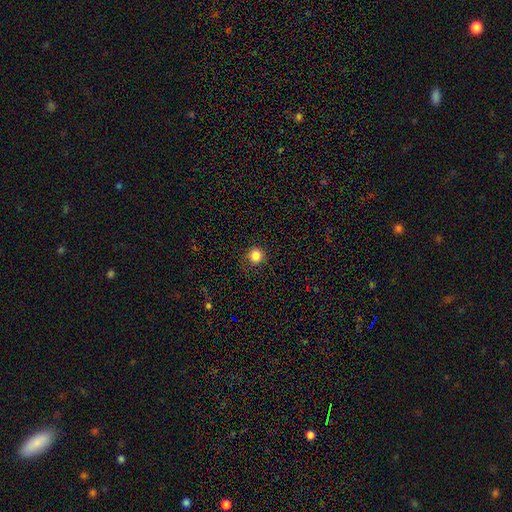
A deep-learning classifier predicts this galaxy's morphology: A smooth galaxy with no disk features (85%) that is round (95%).

Vote fractions:
- Smooth or featured? smooth: 85% / star or artifact: 12% / featured or disk: 4%
- How rounded? round: 95% / in between: 5% / cigar-shaped: 1%
- Merging? none: 88% / minor disturbance: 8% / major disturbance: 3% / merger: 1%